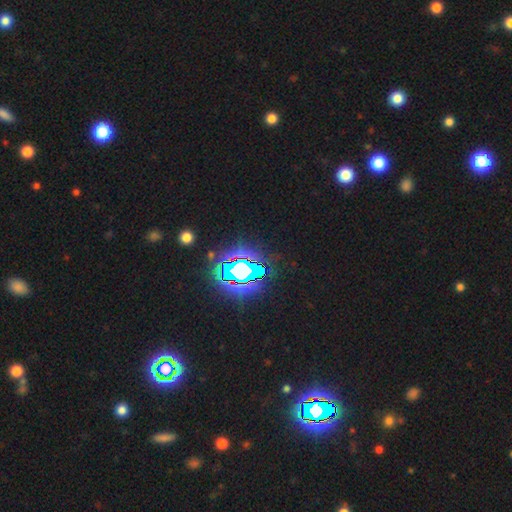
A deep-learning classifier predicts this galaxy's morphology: Smooth or featured: star or artifact — 83% (smooth — 11%)